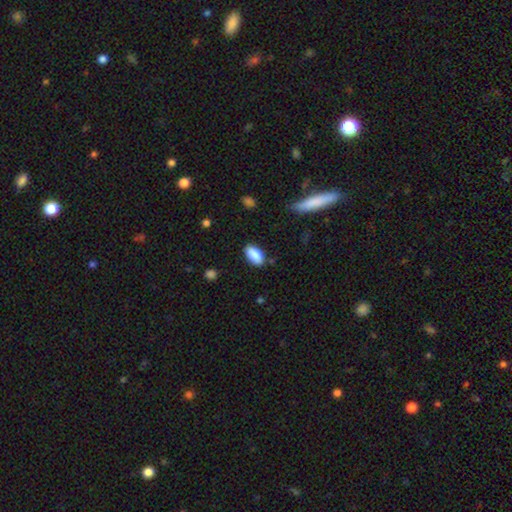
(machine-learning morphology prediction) Smooth or featured? Predicted: smooth (p=0.88). How rounded? Predicted: in between (p=0.94). Merging? Predicted: none (p=0.83).